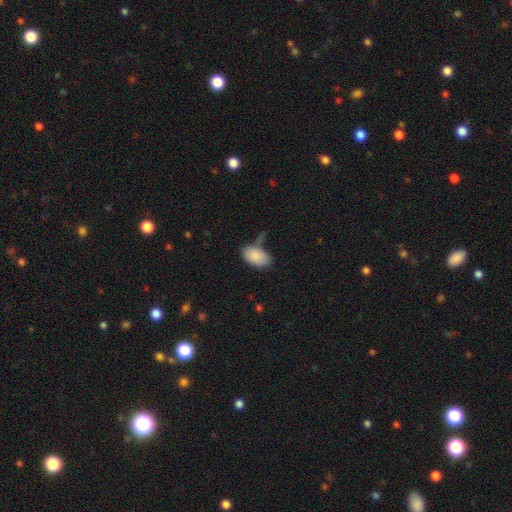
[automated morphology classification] Smooth or featured? Predicted: smooth (p=0.87). How rounded? Predicted: in between (p=0.93). Merging? Predicted: none (p=0.60).